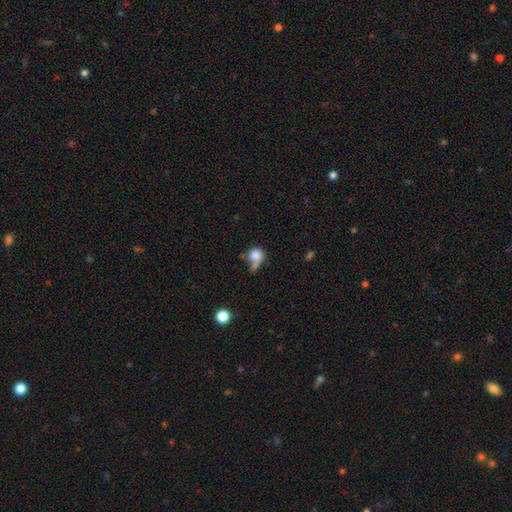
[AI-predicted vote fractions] Q: Smooth or featured?
A: smooth (81%); runner-up: star or artifact (10%)
Q: How rounded?
A: round (84%); runner-up: in between (15%)
Q: Merging?
A: none (38%); runner-up: merger (28%)